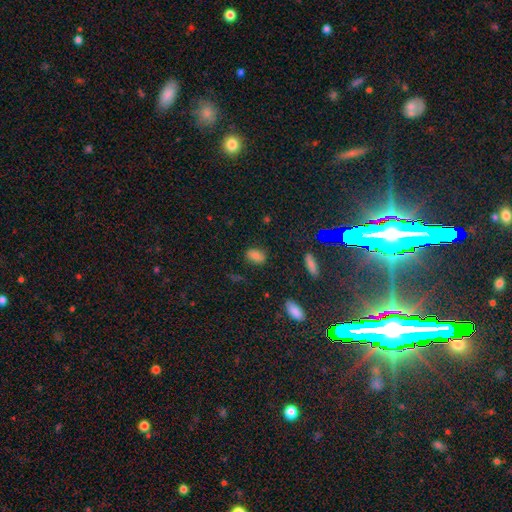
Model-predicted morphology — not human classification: Smooth or featured?
  - smooth: 77% *
  - star or artifact: 15%
  - featured or disk: 8%
How rounded?
  - in between: 79% *
  - round: 19%
  - cigar-shaped: 2%
Merging?
  - none: 82% *
  - minor disturbance: 13%
  - major disturbance: 3%
  - merger: 2%